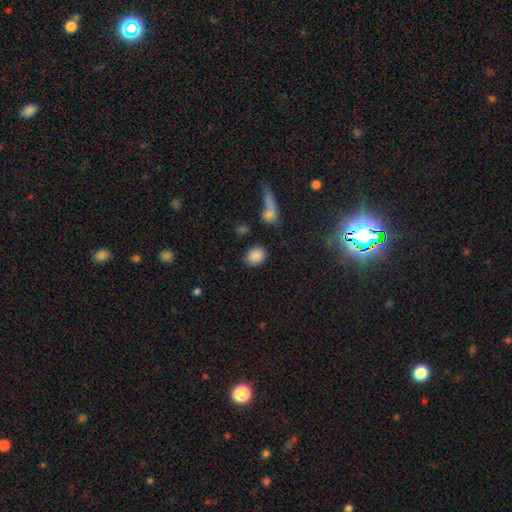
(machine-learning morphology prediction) smooth-or-featured: smooth: 87% | star or artifact: 9% | featured or disk: 5%
  how-rounded: in between: 55% | round: 44% | cigar-shaped: 2%
  merging: none: 80% | minor disturbance: 11% | merger: 5% | major disturbance: 4%